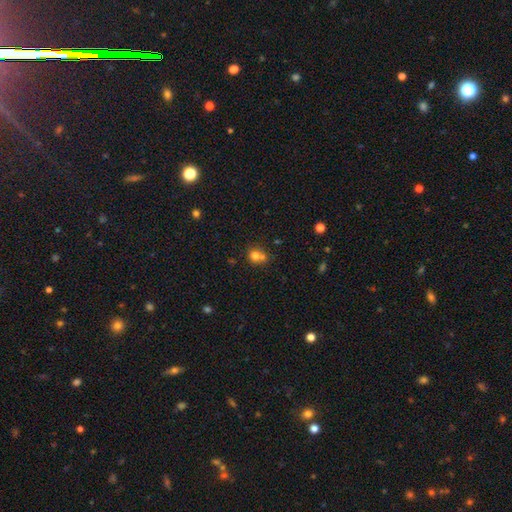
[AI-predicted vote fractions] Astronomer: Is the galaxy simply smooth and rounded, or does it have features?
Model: smooth — 74%.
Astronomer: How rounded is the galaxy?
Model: round — 81%.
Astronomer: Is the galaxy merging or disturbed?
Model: merger — 49% (runner-up: none, 40%).